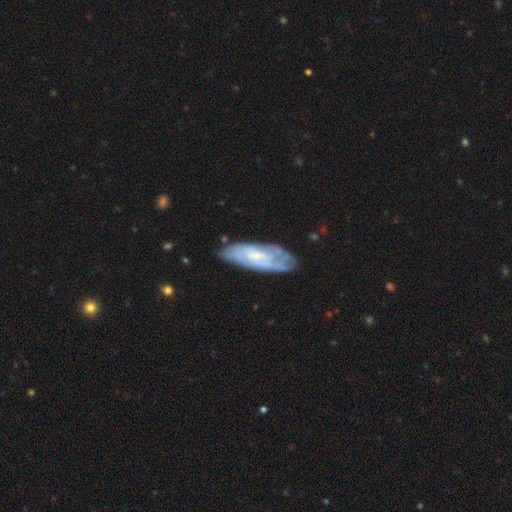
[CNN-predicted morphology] Smooth or featured: featured or disk — 60% (smooth — 33%)
Edge-on disk: no — 81% (yes — 19%)
Merging: none — 68% (minor disturbance — 22%)